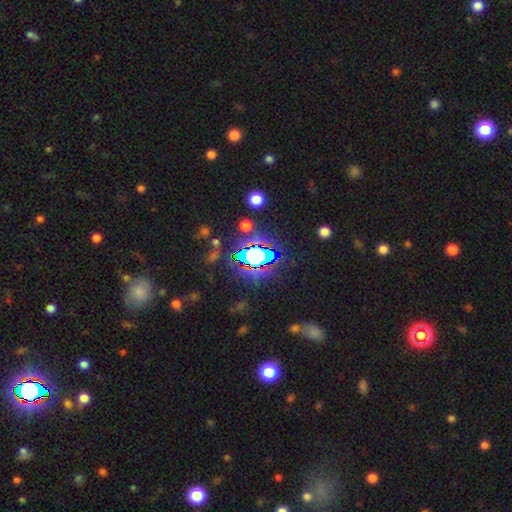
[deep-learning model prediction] This is likely a star or artifact rather than a galaxy (67%).